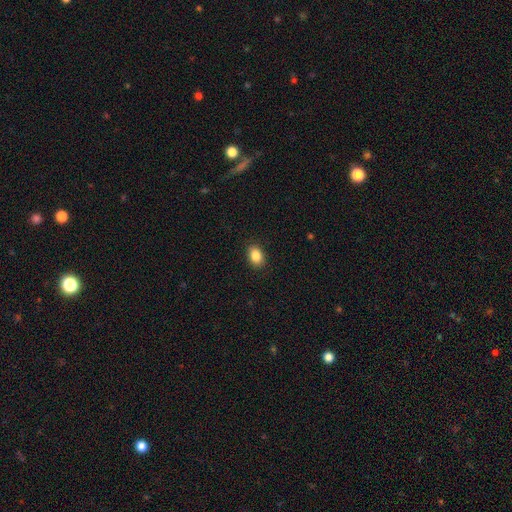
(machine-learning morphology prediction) Smooth or featured?
  - smooth: 87% *
  - star or artifact: 9%
  - featured or disk: 5%
How rounded?
  - in between: 73% *
  - round: 26%
  - cigar-shaped: 1%
Merging?
  - none: 89% *
  - minor disturbance: 8%
  - major disturbance: 2%
  - merger: 1%